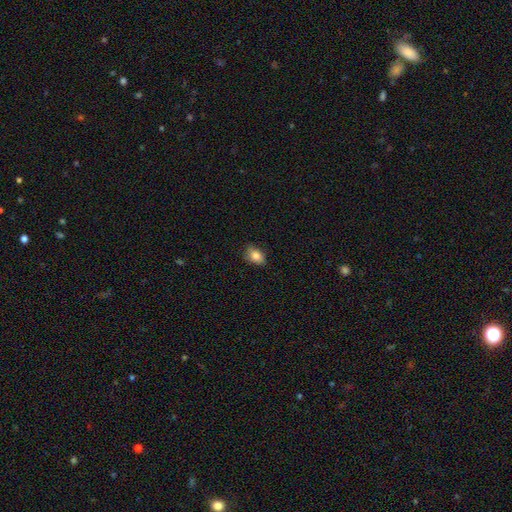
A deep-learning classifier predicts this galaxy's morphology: smooth_or_featured: smooth (p=0.84) [alt: star or artifact p=0.09]
how_rounded: in between (p=0.79) [alt: round p=0.20]
merging: none (p=0.77) [alt: minor disturbance p=0.19]